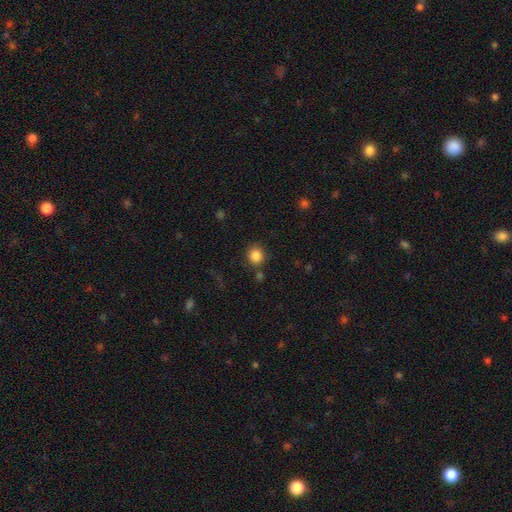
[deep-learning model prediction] The model was most divided on "merging": none: 82%, minor disturbance: 9%, merger: 6%, major disturbance: 3%. More confident: how rounded — round (89%); smooth or featured — smooth (85%).